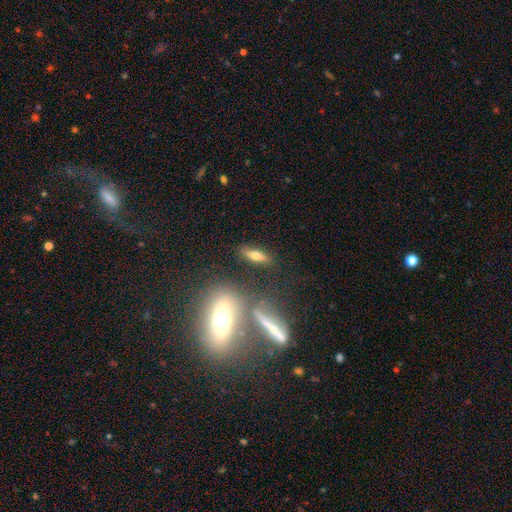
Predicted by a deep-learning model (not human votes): smooth 63%, featured or disk 26%, star or artifact 10%. Down the decision tree: how rounded — in between (52%); merging — none (80%).